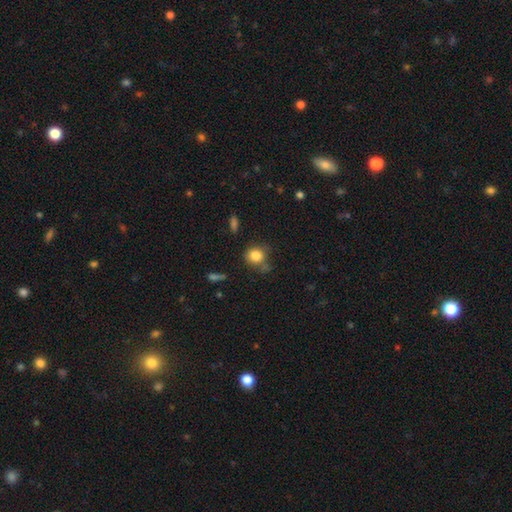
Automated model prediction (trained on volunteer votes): A smooth galaxy with no disk features (82%) that is round (74%).

Vote fractions:
- Smooth or featured? smooth: 82% / star or artifact: 10% / featured or disk: 7%
- How rounded? round: 74% / in between: 24% / cigar-shaped: 1%
- Merging? none: 58% / minor disturbance: 25% / major disturbance: 10% / merger: 7%